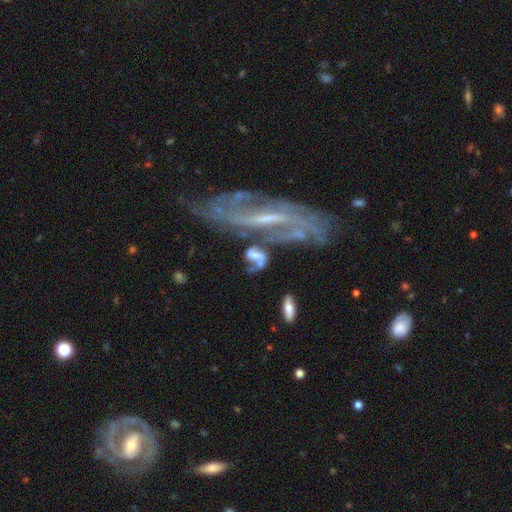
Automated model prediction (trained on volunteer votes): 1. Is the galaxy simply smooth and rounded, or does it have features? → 55% featured or disk, 34% smooth, 11% star or artifact.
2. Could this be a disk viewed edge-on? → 84% no, 16% yes.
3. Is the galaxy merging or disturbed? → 37% none, 28% merger, 18% major disturbance, 17% minor disturbance.